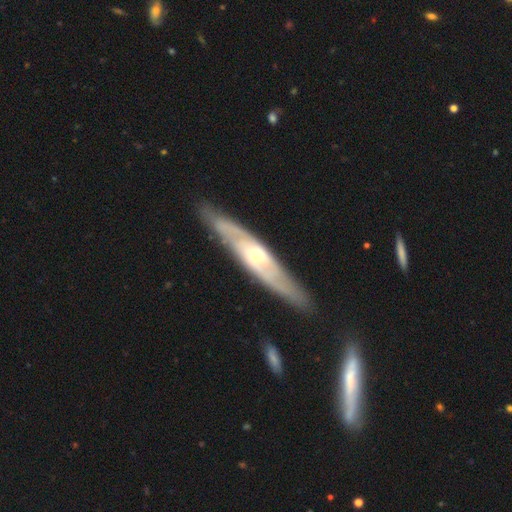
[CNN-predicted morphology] A featured or disk galaxy (76%). Merging: none (84%).